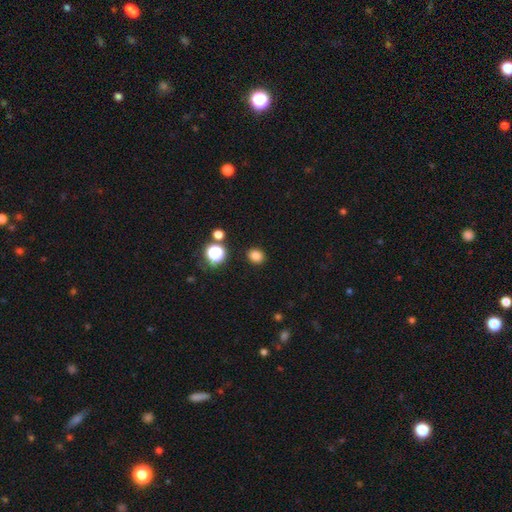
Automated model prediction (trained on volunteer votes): A smooth galaxy with no disk features (81%) that is round (64%).

Vote fractions:
- Smooth or featured? smooth: 81% / star or artifact: 15% / featured or disk: 5%
- How rounded? round: 64% / in between: 35% / cigar-shaped: 1%
- Merging? none: 88% / minor disturbance: 7% / major disturbance: 2% / merger: 2%